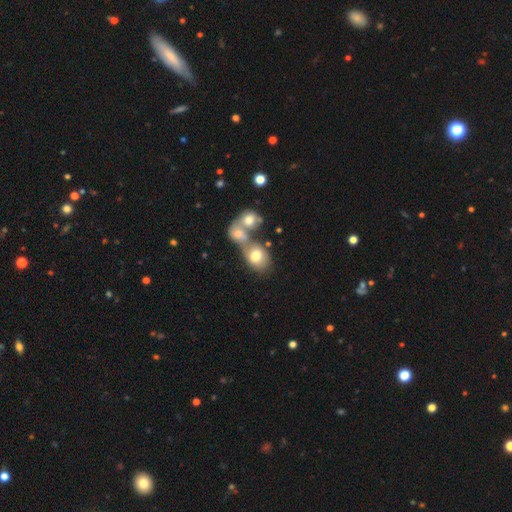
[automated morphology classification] smooth 72%, featured or disk 18%, star or artifact 10%. Down the decision tree: how rounded — in between (50%); merging — merger (61%).